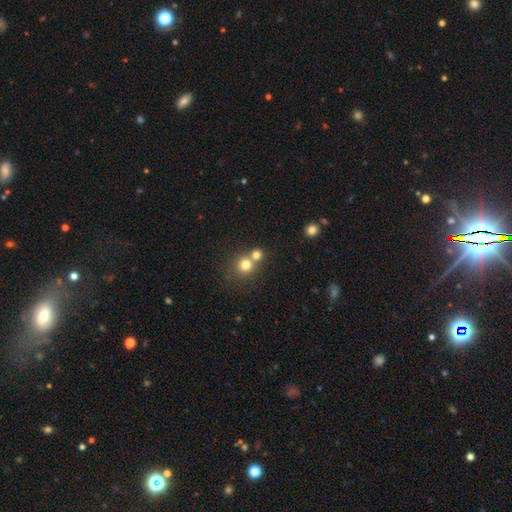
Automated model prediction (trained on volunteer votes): Overall: smooth (76%). How rounded: round (87%). Merging: none (50%; merger 41%).